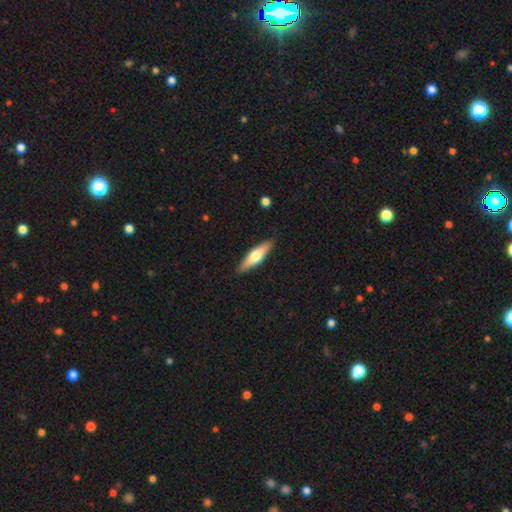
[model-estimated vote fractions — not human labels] A smooth galaxy with no disk features (55%) that is cigar-shaped (66%).

Vote fractions:
- Smooth or featured? smooth: 55% / featured or disk: 40% / star or artifact: 5%
- How rounded? cigar-shaped: 66% / in between: 32% / round: 2%
- Merging? none: 89% / minor disturbance: 8% / major disturbance: 2% / merger: 1%